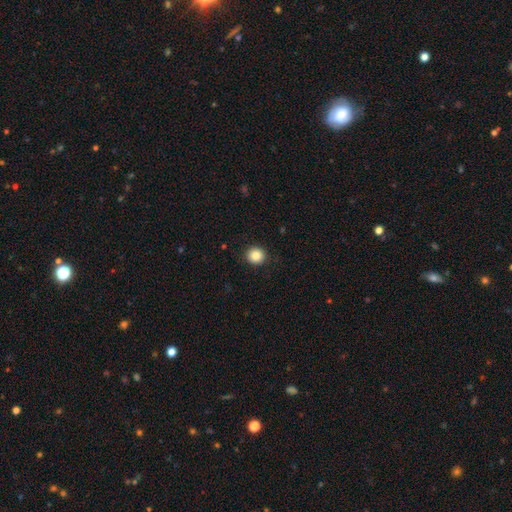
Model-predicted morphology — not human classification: This appears to be a smooth galaxy with no disk features (86%) that is round (90%). Merging: none (91%).